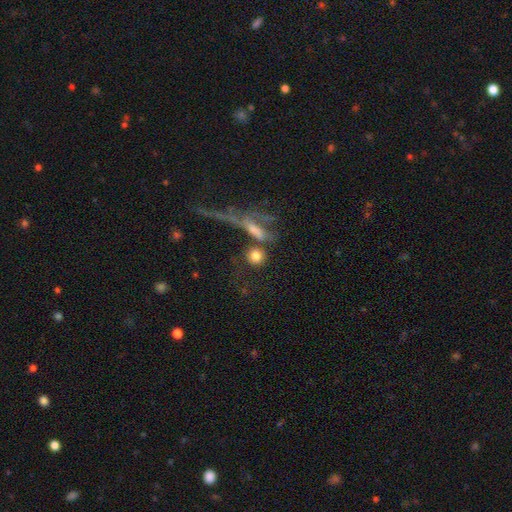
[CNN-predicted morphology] Q: Smooth or featured?
A: smooth (77%); runner-up: featured or disk (13%)
Q: How rounded?
A: round (83%); runner-up: in between (12%)
Q: Merging?
A: none (55%); runner-up: merger (24%)